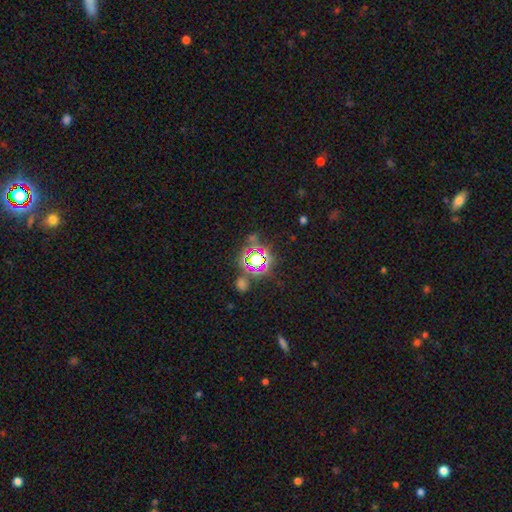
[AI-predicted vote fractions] Smooth or featured? Predicted: star or artifact (p=0.77).